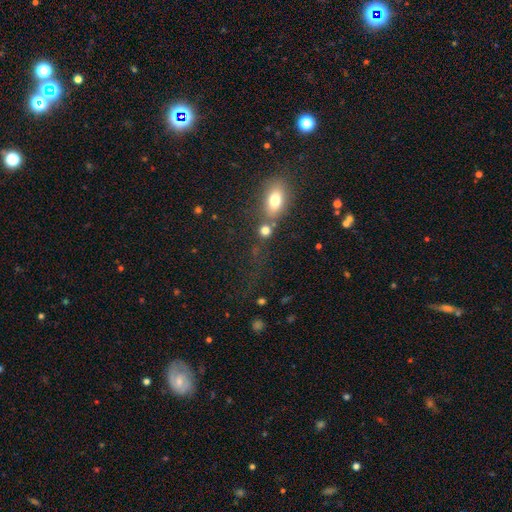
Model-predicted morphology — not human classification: smooth-or-featured: smooth: 52% | star or artifact: 32% | featured or disk: 16%
  how-rounded: round: 47% | in between: 43% | cigar-shaped: 10%
  merging: none: 46% | merger: 21% | minor disturbance: 17% | major disturbance: 17%